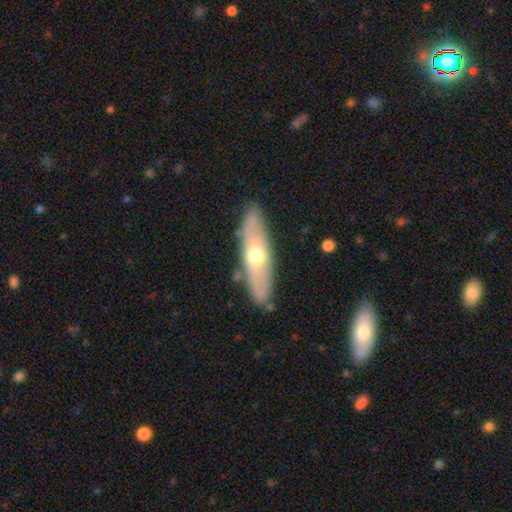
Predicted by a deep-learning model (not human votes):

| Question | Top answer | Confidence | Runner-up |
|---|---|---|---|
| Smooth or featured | featured or disk | 50% | smooth (44%) |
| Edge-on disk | no | 54% | yes (46%) |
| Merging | none | 83% | minor disturbance (12%) |